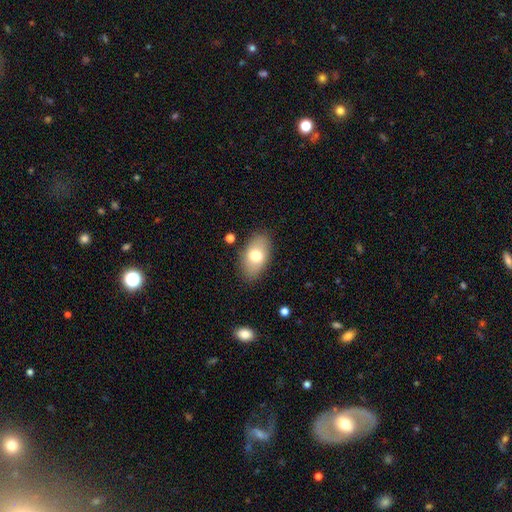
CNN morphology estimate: This is likely a smooth galaxy (72%). How rounded: clearly in between (91%). Merging: clearly none (84%).